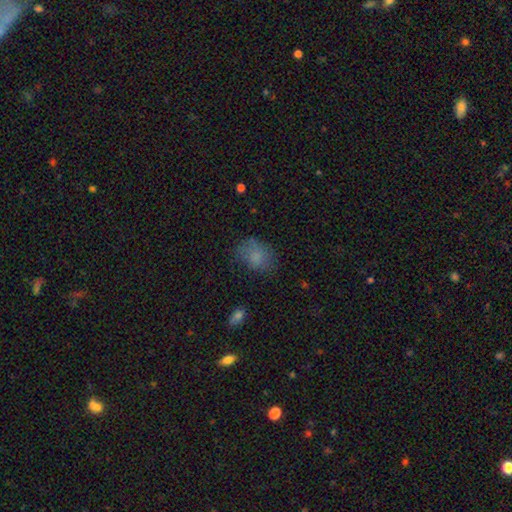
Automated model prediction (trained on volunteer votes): smooth-or-featured: smooth: 74% | featured or disk: 14% | star or artifact: 12%
  how-rounded: in between: 72% | round: 27% | cigar-shaped: 1%
  merging: none: 57% | minor disturbance: 27% | major disturbance: 13% | merger: 2%